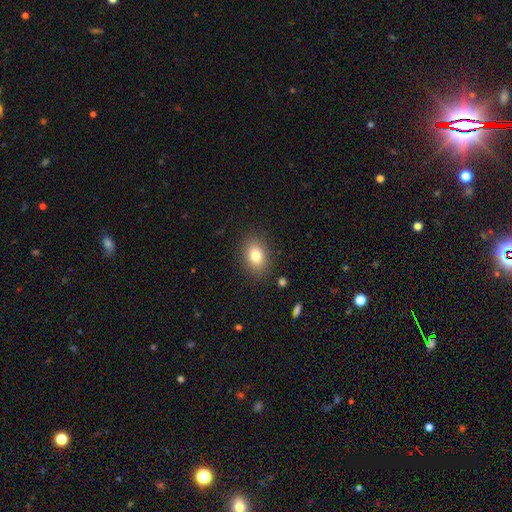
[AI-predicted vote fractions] Q: Smooth or featured?
A: smooth (80%); runner-up: star or artifact (10%)
Q: How rounded?
A: in between (69%); runner-up: round (29%)
Q: Merging?
A: none (87%); runner-up: minor disturbance (9%)